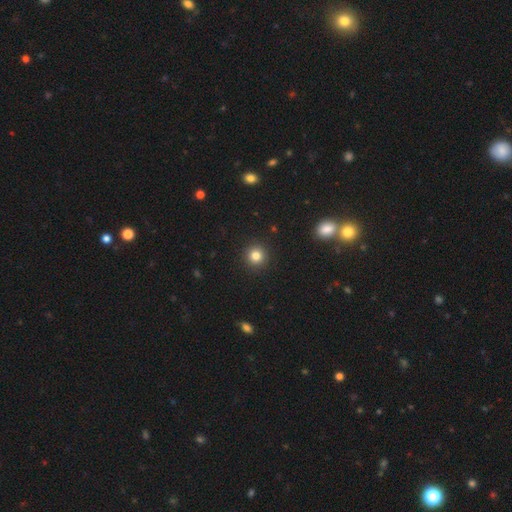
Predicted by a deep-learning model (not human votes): Smooth or featured? Predicted: smooth (p=0.82). How rounded? Predicted: round (p=0.95). Merging? Predicted: none (p=0.93).